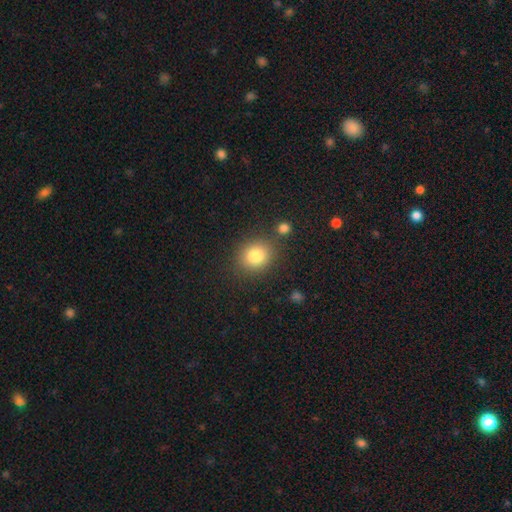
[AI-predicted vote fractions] smooth-or-featured: smooth: 82% | star or artifact: 11% | featured or disk: 7%
  how-rounded: round: 72% | in between: 27% | cigar-shaped: 1%
  merging: none: 80% | minor disturbance: 10% | merger: 6% | major disturbance: 4%